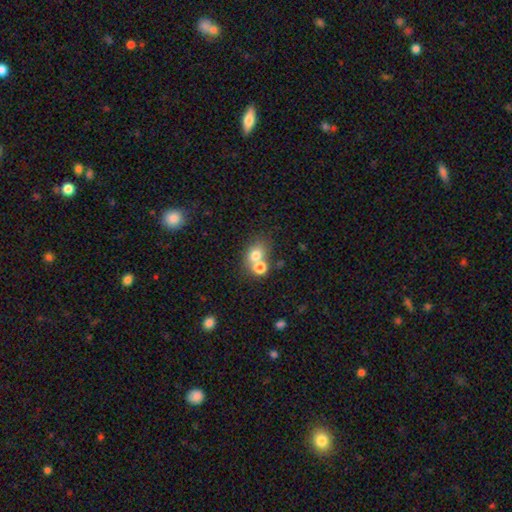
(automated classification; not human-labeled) Morphology: type=smooth (73%); roundness=round (59%); merging=merger (48%).